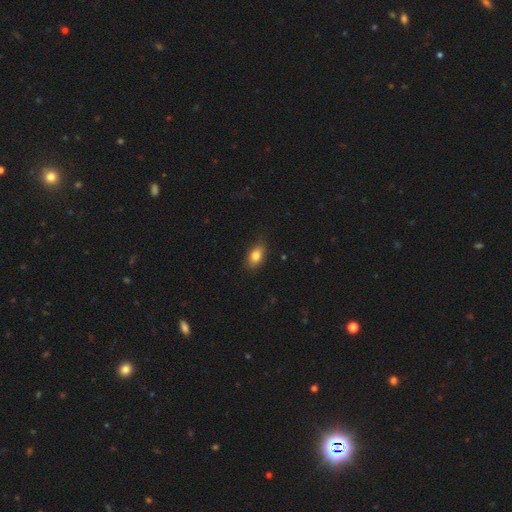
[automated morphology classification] Q: Smooth or featured?
A: smooth (82%); runner-up: featured or disk (10%)
Q: How rounded?
A: in between (85%); runner-up: round (11%)
Q: Merging?
A: none (81%); runner-up: minor disturbance (15%)